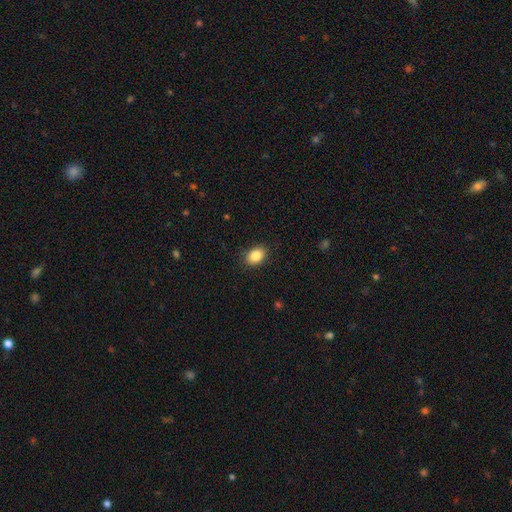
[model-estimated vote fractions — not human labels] This appears to be a smooth galaxy with no disk features (86%) that is in between round and cigar-shaped (80%). Merging: none (86%).